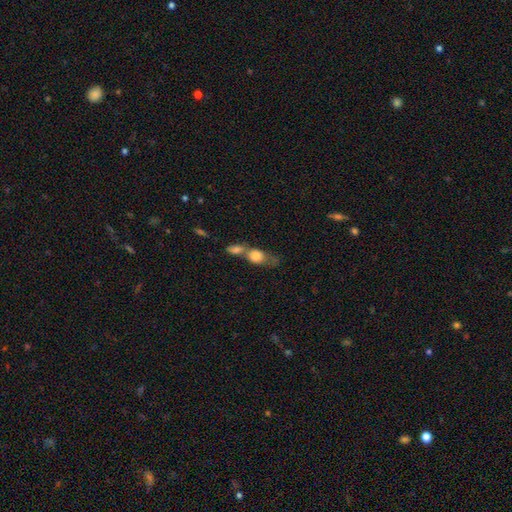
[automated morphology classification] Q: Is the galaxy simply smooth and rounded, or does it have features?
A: smooth — 76%.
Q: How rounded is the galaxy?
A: in between — 59%.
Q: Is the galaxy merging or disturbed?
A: merger — 69%.